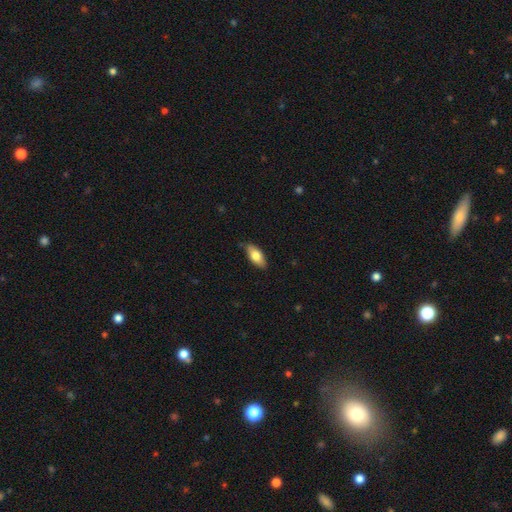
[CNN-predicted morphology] A smooth galaxy with no disk features (74%) that is in between round and cigar-shaped (84%). Merging: none (82%).